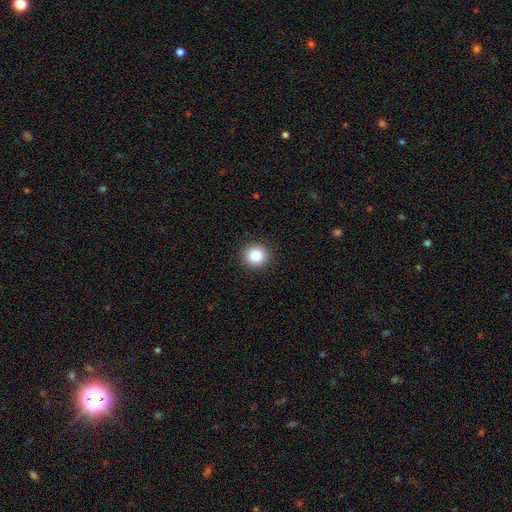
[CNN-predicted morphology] This is clearly a smooth galaxy (86%). How rounded: clearly round (87%). Merging: clearly none (91%).